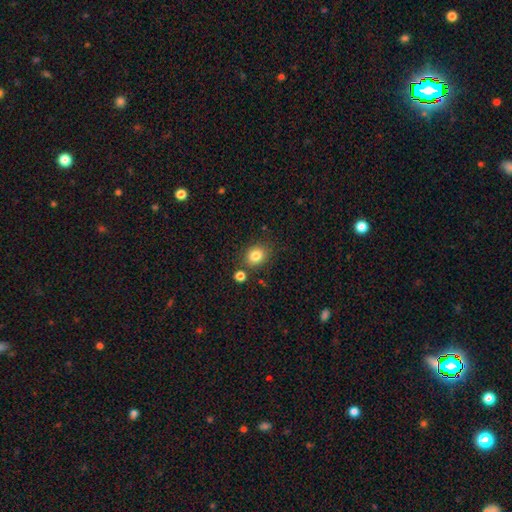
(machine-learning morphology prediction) Smooth or featured? Predicted: smooth (p=0.82). How rounded? Predicted: round (p=0.55). Merging? Predicted: none (p=0.79).